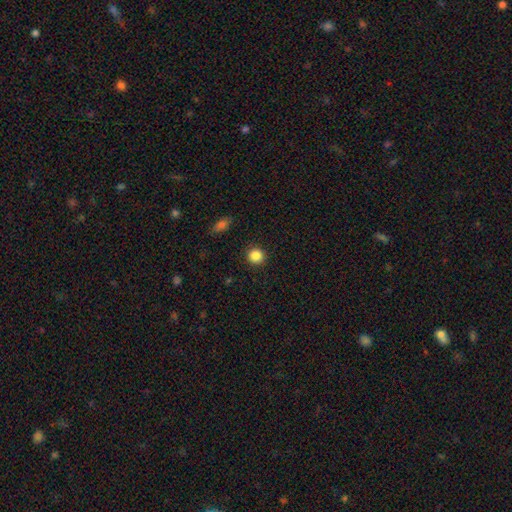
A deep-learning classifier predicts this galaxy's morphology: Q: Smooth or featured?
A: smooth (86%); runner-up: star or artifact (10%)
Q: How rounded?
A: round (93%); runner-up: in between (6%)
Q: Merging?
A: none (92%); runner-up: minor disturbance (5%)